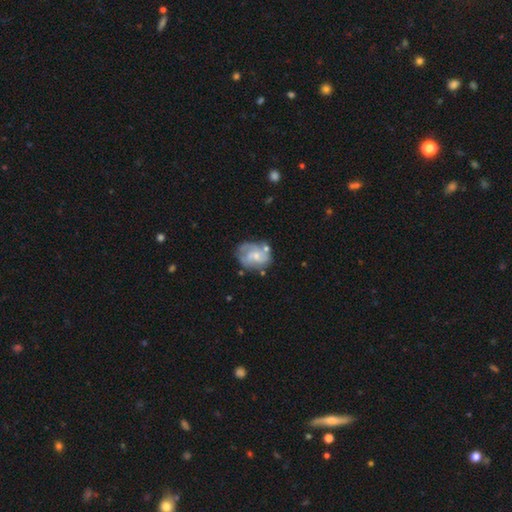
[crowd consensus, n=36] featured or disk 69%, smooth 25%, star or artifact 6%. Down the decision tree: edge-on disk — no (100%); bar — no (84%); spiral arms — yes (56%); spiral arm count — 3 (50%); spiral winding — tight (50%); bulge size — moderate (44%); merging — none (44%).